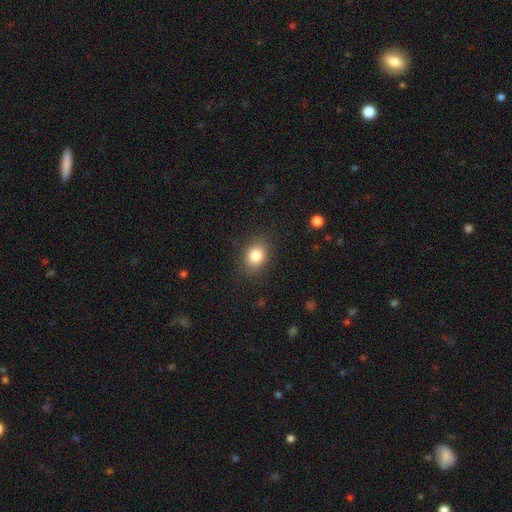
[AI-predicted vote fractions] Morphology: type=smooth (84%); roundness=in between (58%); merging=none (85%).